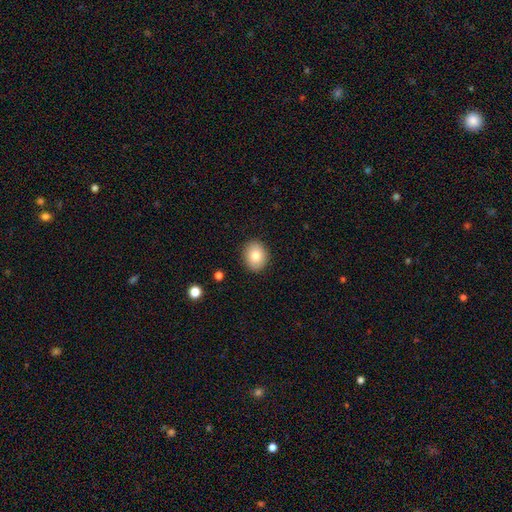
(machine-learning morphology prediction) type=smooth (80%); roundness=round (57%); merging=none (89%).